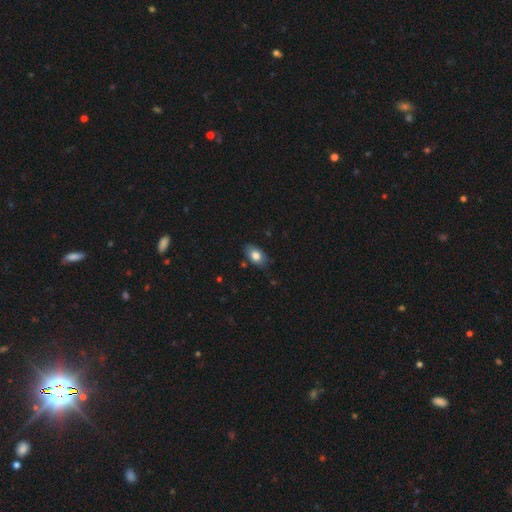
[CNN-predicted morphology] smooth-or-featured: smooth: 80% | featured or disk: 13% | star or artifact: 8%
  how-rounded: in between: 89% | round: 9% | cigar-shaped: 2%
  merging: none: 79% | minor disturbance: 16% | major disturbance: 3% | merger: 2%